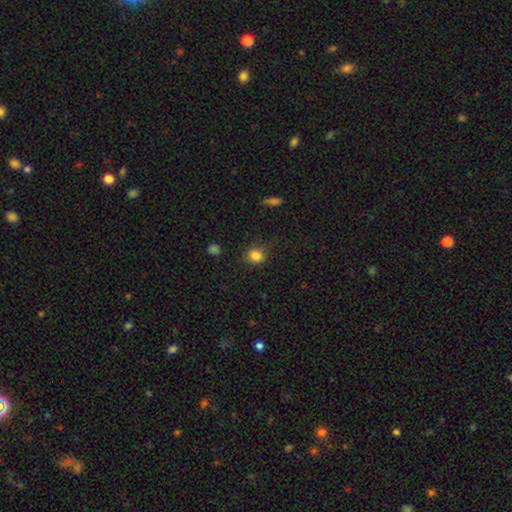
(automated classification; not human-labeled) smooth_or_featured: smooth (p=0.84) [alt: star or artifact p=0.12]
how_rounded: round (p=0.80) [alt: in between p=0.19]
merging: none (p=0.79) [alt: minor disturbance p=0.15]